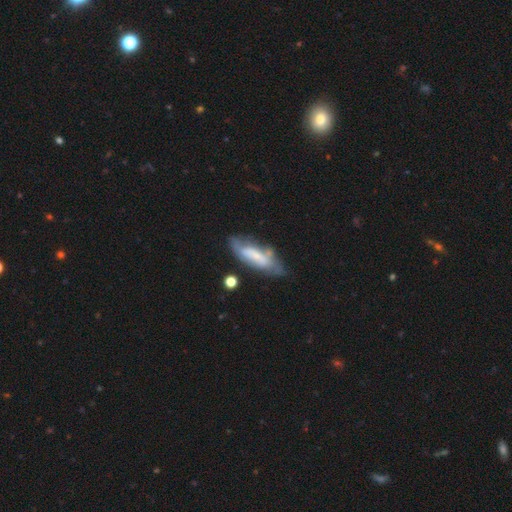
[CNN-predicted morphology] type=featured or disk (54%); edge-on=no (77%); merging=none (50%).